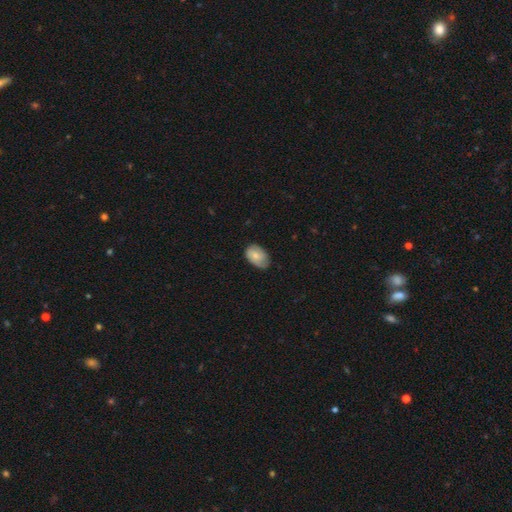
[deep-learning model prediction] A smooth galaxy with no disk features (69%) that is in between round and cigar-shaped (88%). Merging: none (64%).